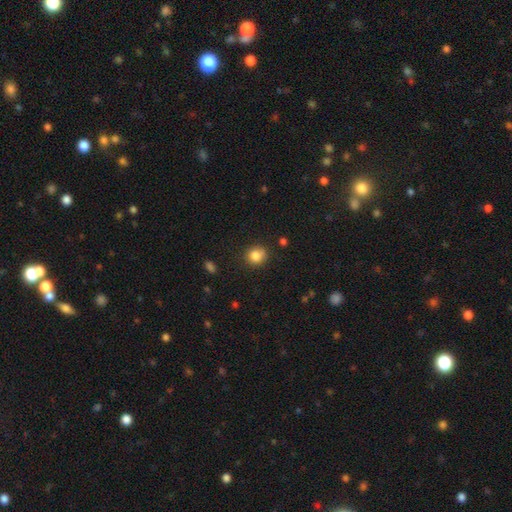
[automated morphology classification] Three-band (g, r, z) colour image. It shows a smooth galaxy with no disk features (83%) that is round (82%). Merging: none (76%).